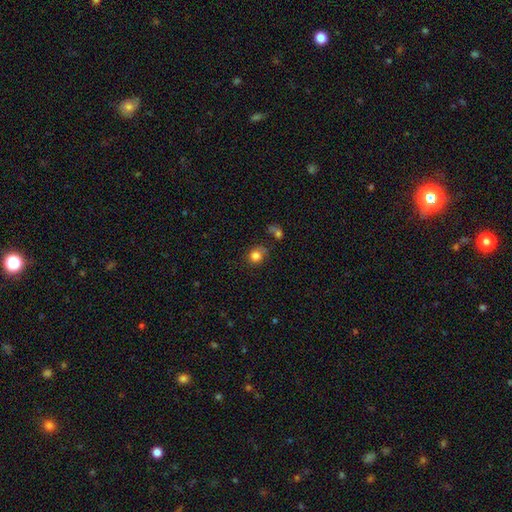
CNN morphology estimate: type=smooth (81%); roundness=round (78%); merging=none (63%).